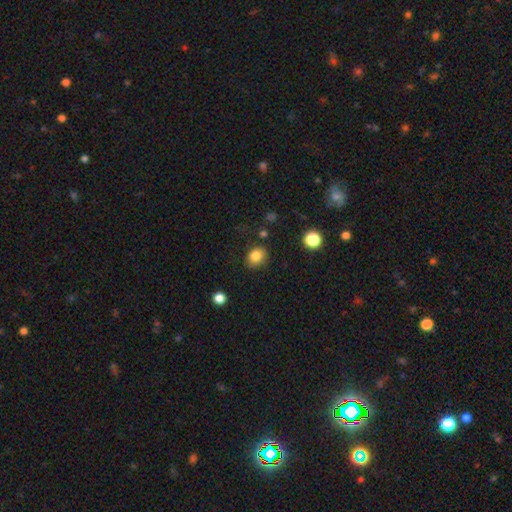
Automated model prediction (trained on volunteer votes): Smooth or featured? smooth (83%)
How rounded? round (57%)
Merging? none (80%)